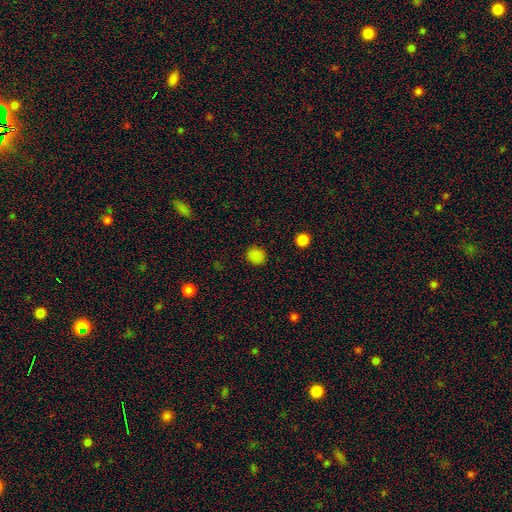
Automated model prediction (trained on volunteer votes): smooth_or_featured: smooth (p=0.83) [alt: star or artifact p=0.14]
how_rounded: round (p=0.84) [alt: in between p=0.15]
merging: none (p=0.89) [alt: minor disturbance p=0.07]